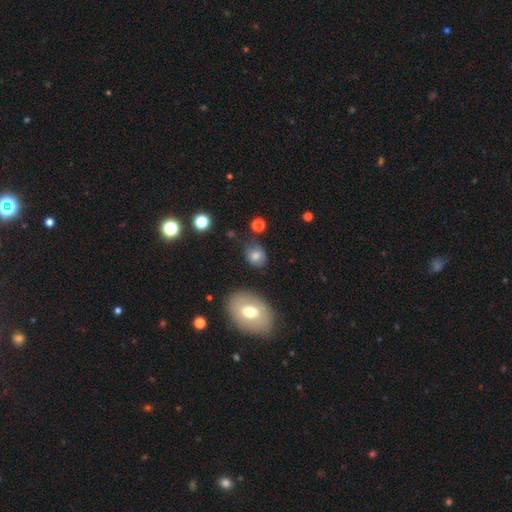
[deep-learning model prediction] Q: Smooth or featured?
A: smooth (76%); runner-up: featured or disk (13%)
Q: How rounded?
A: round (56%); runner-up: in between (43%)
Q: Merging?
A: none (71%); runner-up: minor disturbance (20%)